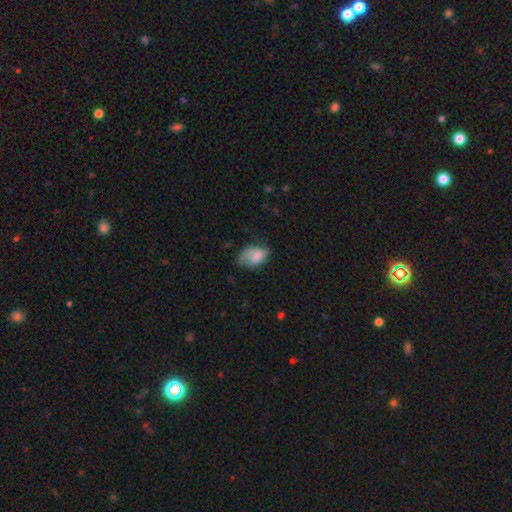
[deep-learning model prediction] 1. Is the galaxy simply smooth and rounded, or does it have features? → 65% smooth, 28% featured or disk, 7% star or artifact.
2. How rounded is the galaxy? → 86% in between, 12% round, 1% cigar-shaped.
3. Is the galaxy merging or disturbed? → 37% none, 36% minor disturbance, 25% major disturbance, 2% merger.